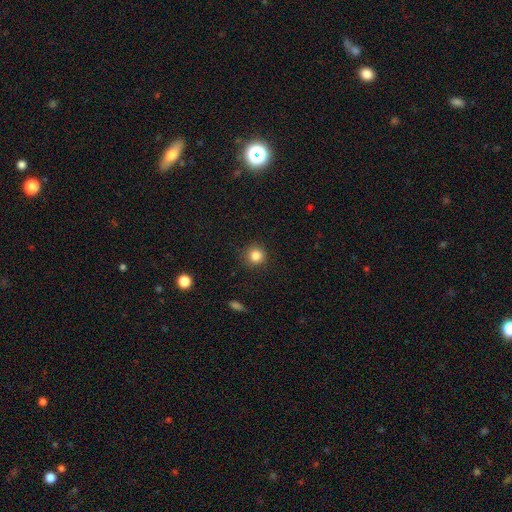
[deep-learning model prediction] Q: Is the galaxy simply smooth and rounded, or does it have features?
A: smooth — 84%.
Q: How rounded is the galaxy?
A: round — 93%.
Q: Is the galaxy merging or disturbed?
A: none — 89%.